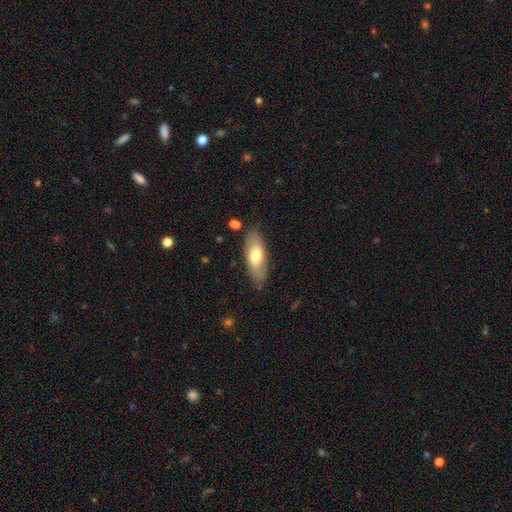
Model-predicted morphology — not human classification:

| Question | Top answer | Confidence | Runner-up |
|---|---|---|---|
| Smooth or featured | smooth | 66% | featured or disk (28%) |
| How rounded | in between | 77% | cigar-shaped (21%) |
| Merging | none | 80% | minor disturbance (14%) |